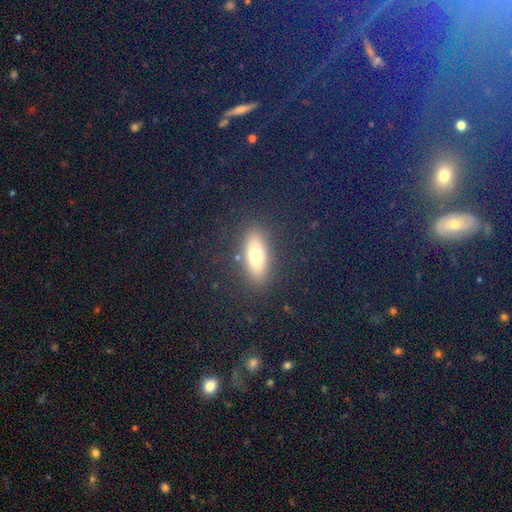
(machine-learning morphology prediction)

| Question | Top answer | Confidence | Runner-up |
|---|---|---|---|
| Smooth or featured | smooth | 68% | featured or disk (21%) |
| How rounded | in between | 72% | cigar-shaped (21%) |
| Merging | none | 85% | minor disturbance (9%) |